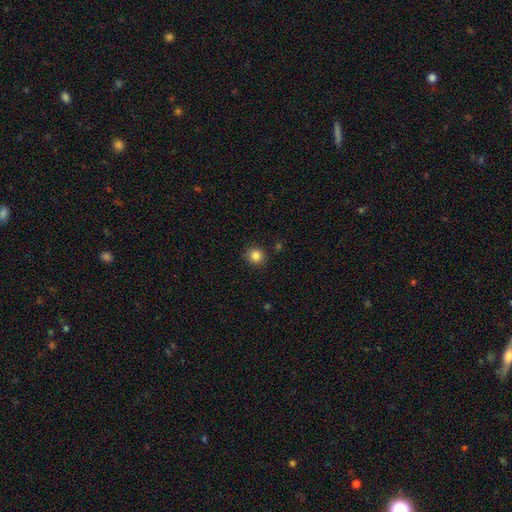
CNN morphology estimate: type=smooth (84%); roundness=round (90%); merging=none (88%).